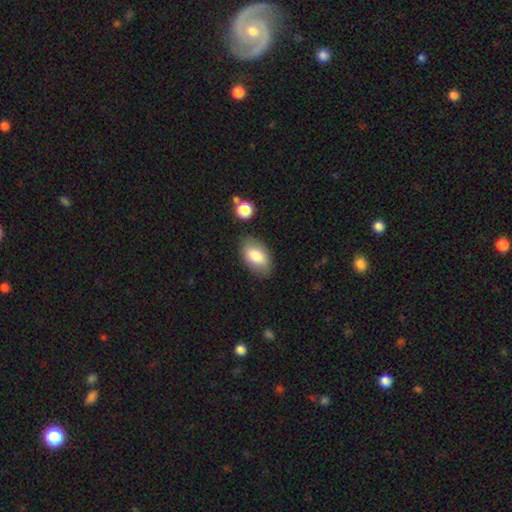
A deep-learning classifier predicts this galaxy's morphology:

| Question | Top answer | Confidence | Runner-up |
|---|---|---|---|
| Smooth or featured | smooth | 81% | featured or disk (12%) |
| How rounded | in between | 92% | round (7%) |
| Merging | none | 80% | minor disturbance (13%) |